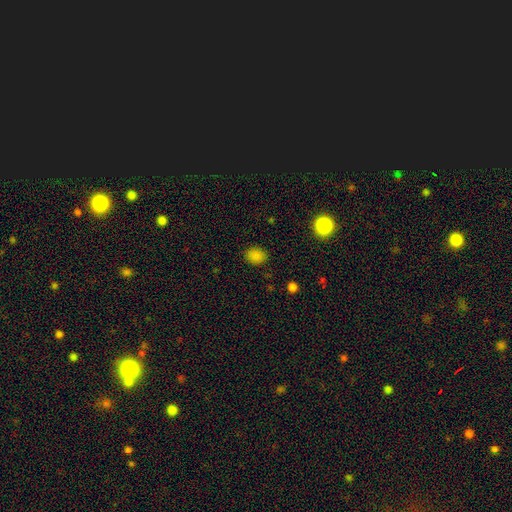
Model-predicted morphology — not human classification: smooth-or-featured: smooth: 83% | star or artifact: 14% | featured or disk: 3%
  how-rounded: round: 57% | in between: 42% | cigar-shaped: 1%
  merging: none: 87% | minor disturbance: 9% | major disturbance: 3% | merger: 1%